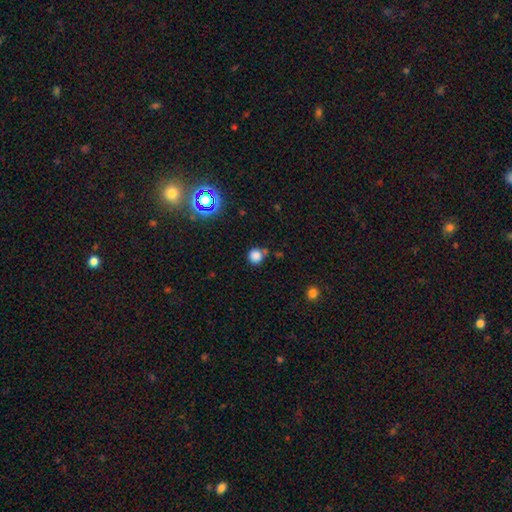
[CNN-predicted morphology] Smooth or featured? smooth (80%)
How rounded? round (91%)
Merging? none (73%)